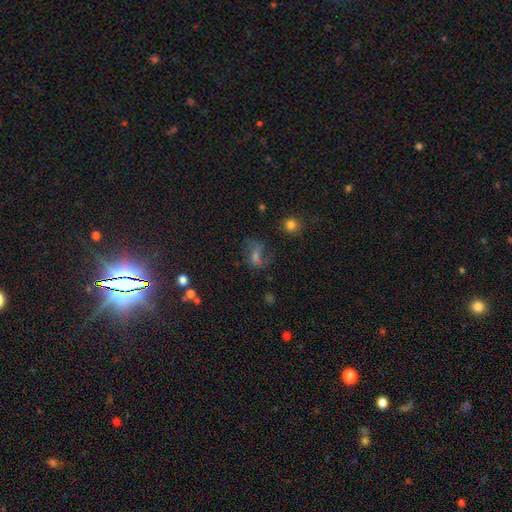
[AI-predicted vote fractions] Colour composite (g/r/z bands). It shows a featured or disk galaxy (45%). Merging: none (55%).